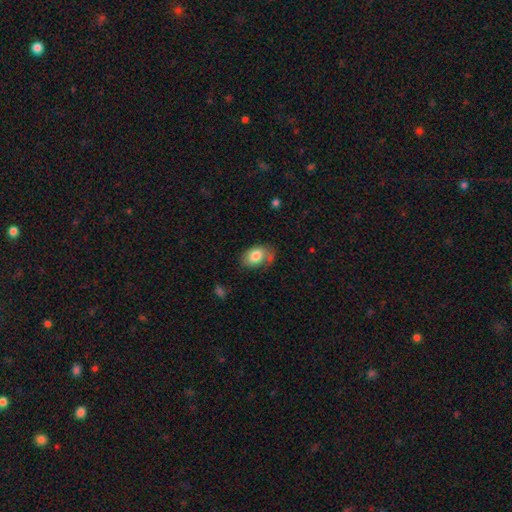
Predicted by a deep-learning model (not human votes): Smooth or featured?
  - smooth: 78% *
  - featured or disk: 15%
  - star or artifact: 7%
How rounded?
  - in between: 85% *
  - round: 14%
  - cigar-shaped: 1%
Merging?
  - none: 58% *
  - minor disturbance: 27%
  - major disturbance: 9%
  - merger: 6%